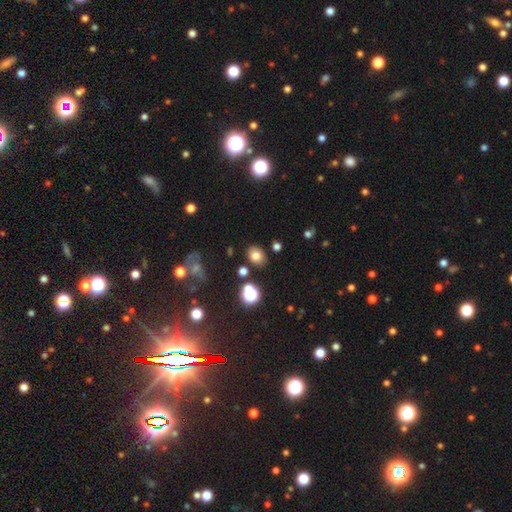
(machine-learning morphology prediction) type=smooth (75%); roundness=in between (59%); merging=none (84%).